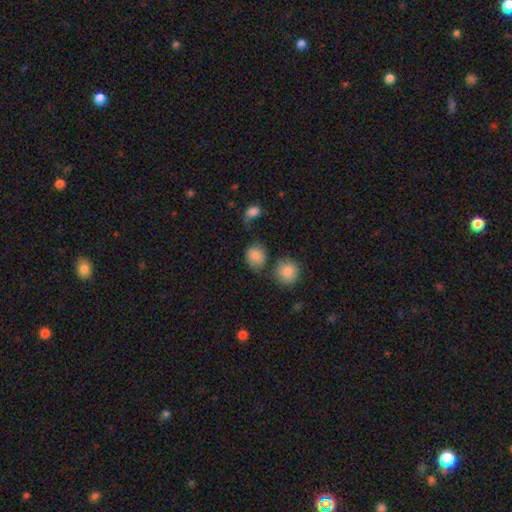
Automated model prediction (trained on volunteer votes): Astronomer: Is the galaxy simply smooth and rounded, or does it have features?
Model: smooth — 82%.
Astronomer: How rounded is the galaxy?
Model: round — 67%.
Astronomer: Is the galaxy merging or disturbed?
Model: none — 61%.